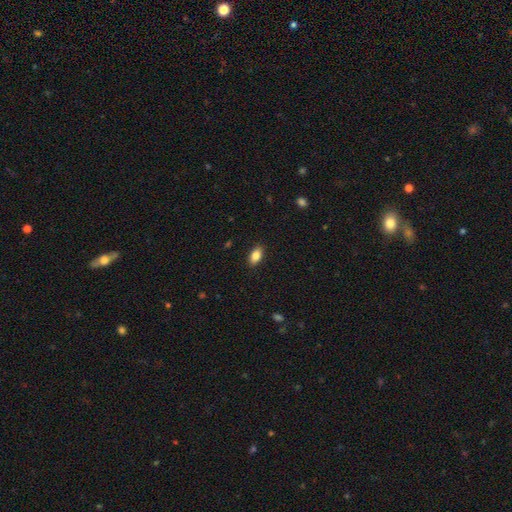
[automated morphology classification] Smooth or featured?
  - smooth: 86% *
  - star or artifact: 8%
  - featured or disk: 6%
How rounded?
  - in between: 90% *
  - cigar-shaped: 5%
  - round: 5%
Merging?
  - none: 89% *
  - minor disturbance: 8%
  - major disturbance: 2%
  - merger: 1%